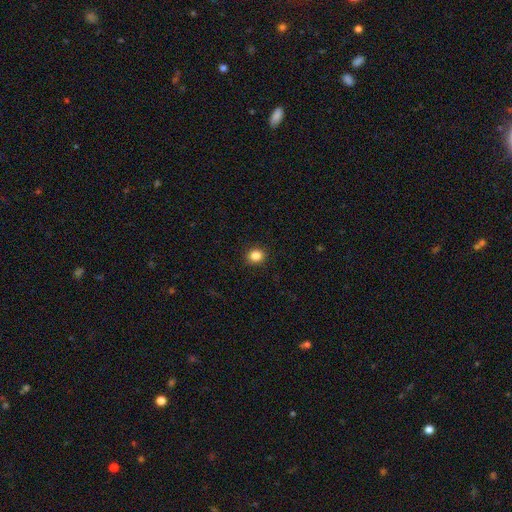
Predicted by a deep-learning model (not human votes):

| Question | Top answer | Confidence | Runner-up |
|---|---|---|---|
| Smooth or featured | smooth | 84% | star or artifact (11%) |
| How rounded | round | 80% | in between (19%) |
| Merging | none | 91% | minor disturbance (6%) |